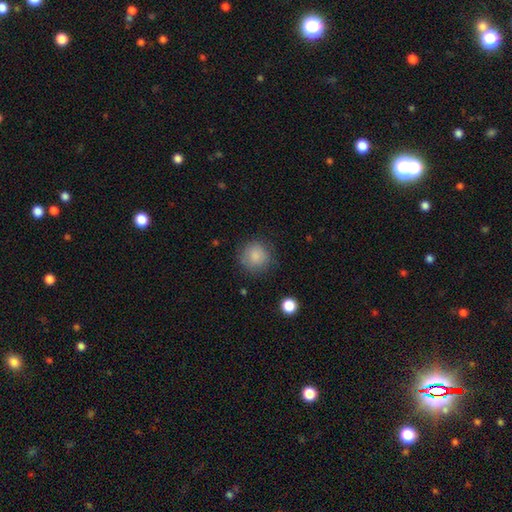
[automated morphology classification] Overall: smooth (84%). How rounded: round (92%). Merging: none (79%).